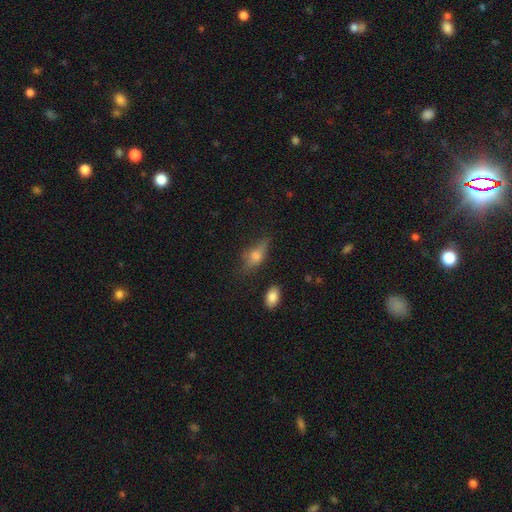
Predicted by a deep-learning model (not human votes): A smooth galaxy with no disk features (48%).

Vote fractions:
- Smooth or featured? smooth: 48% / featured or disk: 41% / star or artifact: 12%
- Merging? none: 65% / minor disturbance: 23% / major disturbance: 9% / merger: 3%